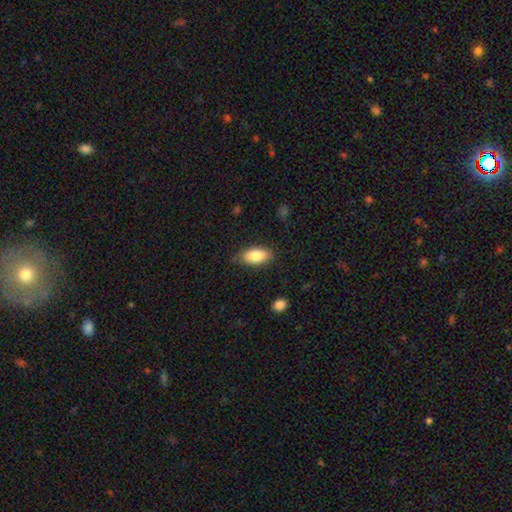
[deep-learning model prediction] Smooth or featured? smooth (82%)
How rounded? in between (90%)
Merging? none (82%)